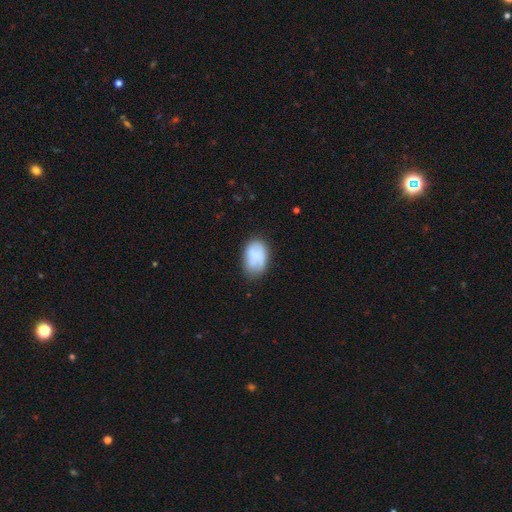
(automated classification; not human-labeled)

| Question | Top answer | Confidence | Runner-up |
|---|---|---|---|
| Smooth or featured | smooth | 76% | featured or disk (17%) |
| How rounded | in between | 85% | round (14%) |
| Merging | none | 60% | minor disturbance (29%) |